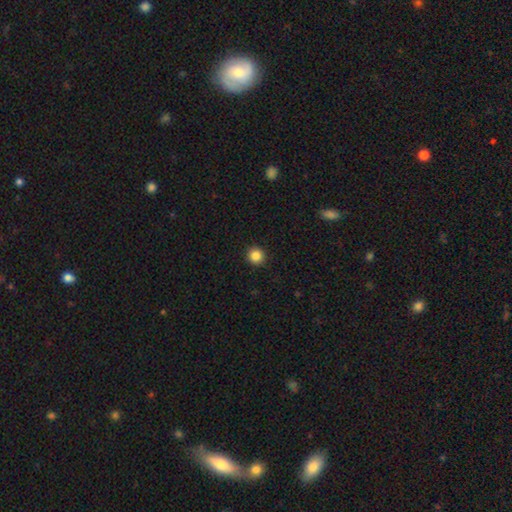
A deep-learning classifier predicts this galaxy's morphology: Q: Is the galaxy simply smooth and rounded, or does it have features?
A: smooth — 86%.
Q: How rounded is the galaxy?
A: round — 95%.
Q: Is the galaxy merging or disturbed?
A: none — 93%.